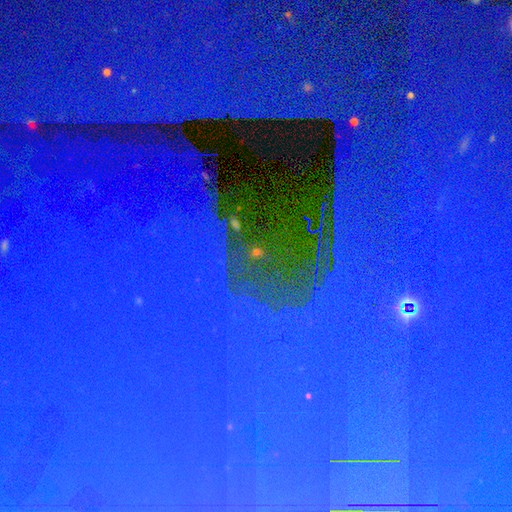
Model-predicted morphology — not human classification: This appears to be a star or artifact, not a galaxy (82%).